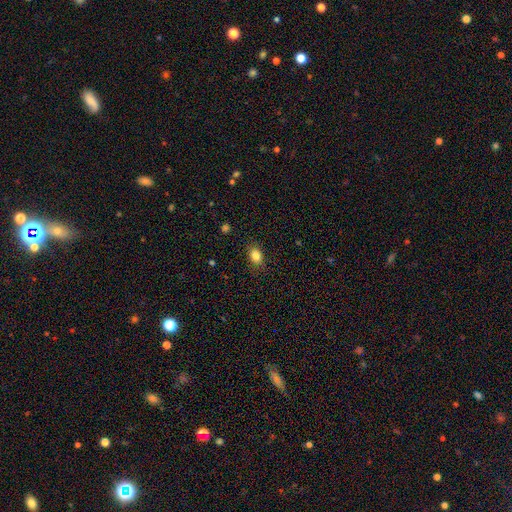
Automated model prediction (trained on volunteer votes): smooth 84%, star or artifact 10%, featured or disk 6%. Down the decision tree: how rounded — in between (75%); merging — none (86%).